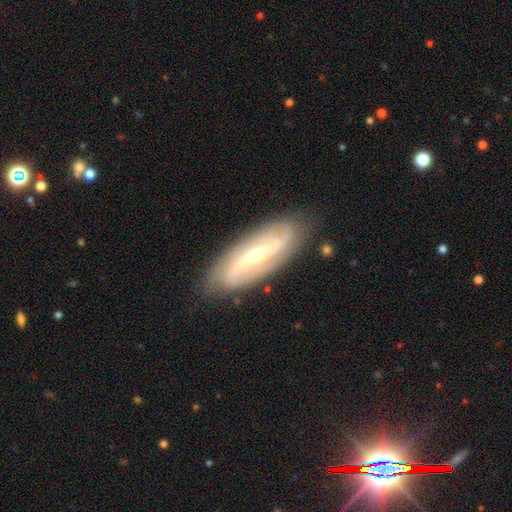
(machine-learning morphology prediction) This appears to be a featured or disk galaxy (82%) with a strong bar (37%), 2 (77%) medium (39%) spiral arms (93%) and a small central bulge (53%). Merging: none (84%).